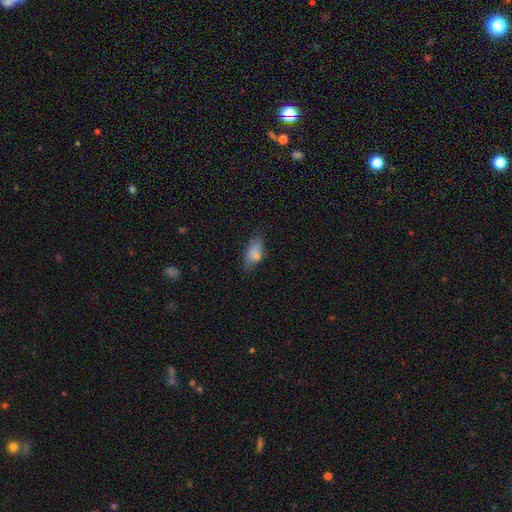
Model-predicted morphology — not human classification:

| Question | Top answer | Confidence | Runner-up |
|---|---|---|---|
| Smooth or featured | smooth | 71% | featured or disk (18%) |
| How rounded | in between | 76% | cigar-shaped (20%) |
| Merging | none | 65% | minor disturbance (25%) |